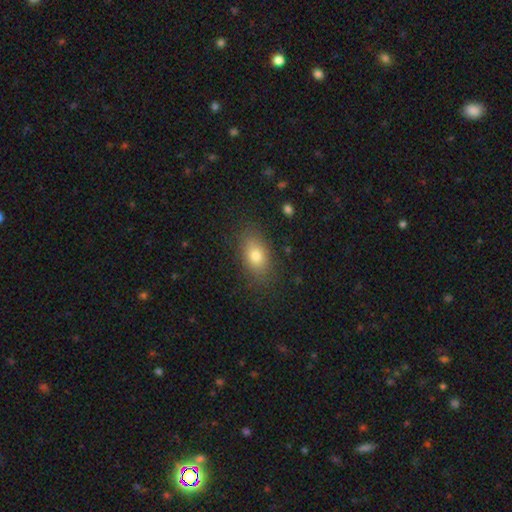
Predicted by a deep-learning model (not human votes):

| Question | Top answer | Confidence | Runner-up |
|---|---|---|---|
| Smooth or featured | smooth | 78% | featured or disk (12%) |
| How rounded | in between | 84% | round (13%) |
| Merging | none | 82% | minor disturbance (12%) |